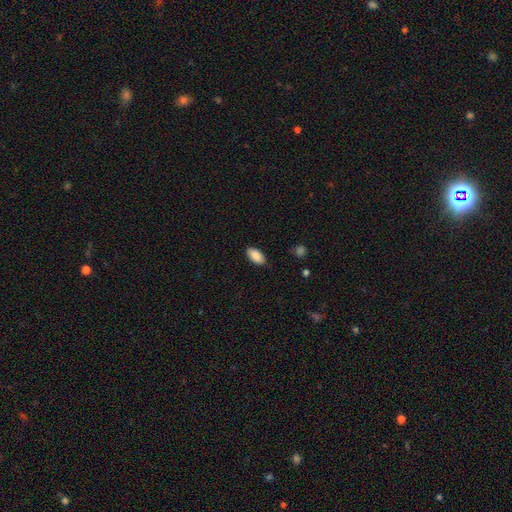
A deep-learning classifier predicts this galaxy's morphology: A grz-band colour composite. It shows a smooth galaxy with no disk features (89%) that is in between round and cigar-shaped (94%). Merging: none (84%).